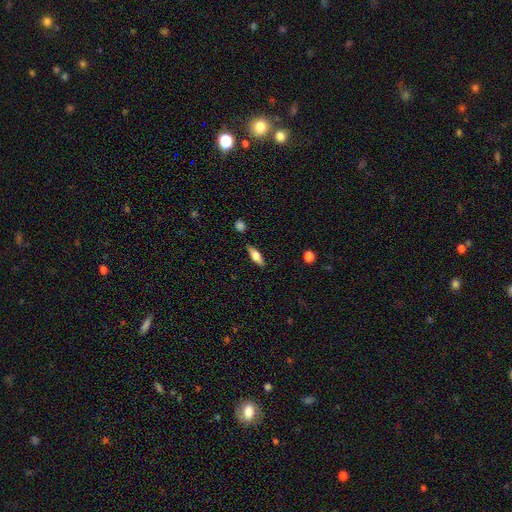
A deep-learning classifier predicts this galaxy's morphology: Smooth or featured? Predicted: smooth (p=0.57). How rounded? Predicted: in between (p=0.52). Merging? Predicted: none (p=0.85).